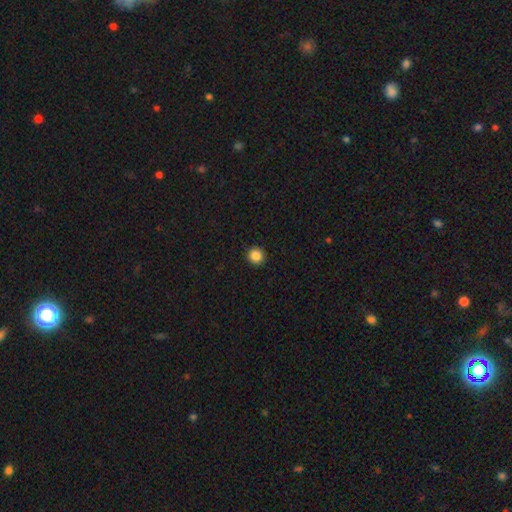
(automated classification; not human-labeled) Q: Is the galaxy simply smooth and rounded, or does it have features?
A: smooth — 86%.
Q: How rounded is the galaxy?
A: round — 95%.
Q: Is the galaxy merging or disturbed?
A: none — 93%.